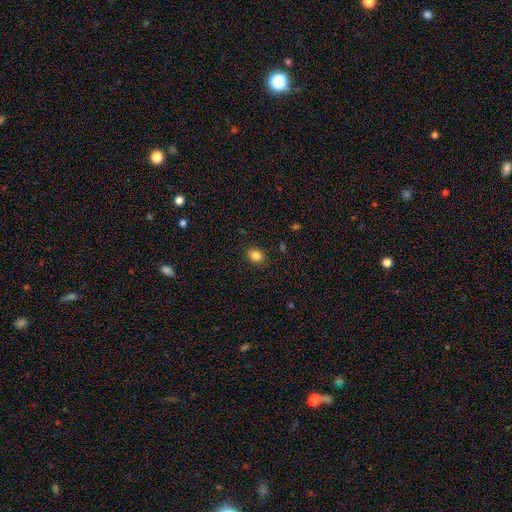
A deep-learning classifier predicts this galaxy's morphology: Smooth or featured?
  - smooth: 85% *
  - star or artifact: 11%
  - featured or disk: 5%
How rounded?
  - round: 51% *
  - in between: 48%
  - cigar-shaped: 1%
Merging?
  - none: 88% *
  - minor disturbance: 9%
  - major disturbance: 2%
  - merger: 1%